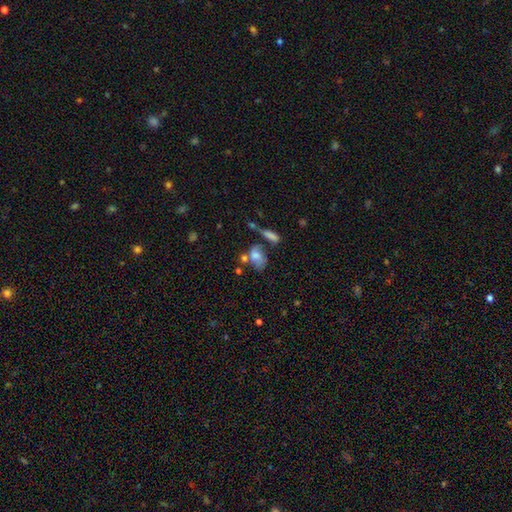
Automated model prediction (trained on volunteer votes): The model was most divided on "merging": none: 35%, merger: 28%, minor disturbance: 20%, major disturbance: 16%. More confident: how rounded — in between (83%); smooth or featured — smooth (65%).